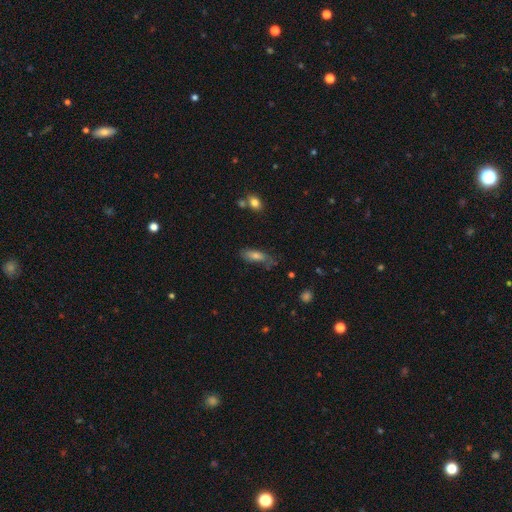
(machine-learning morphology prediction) type=smooth (61%); roundness=in between (60%); merging=none (55%).